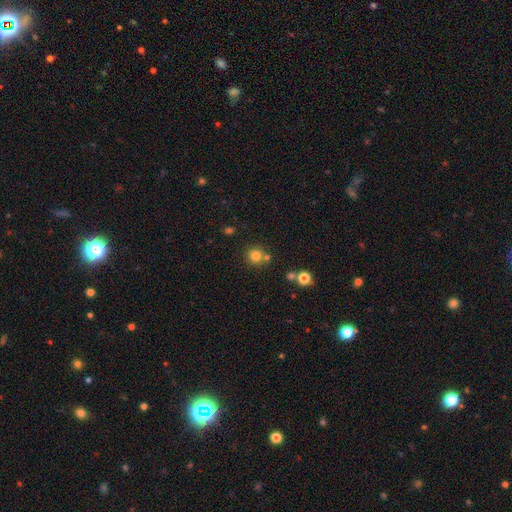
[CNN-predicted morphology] This appears to be a smooth galaxy with no disk features (78%) that is round (92%). Merging: none (70%).